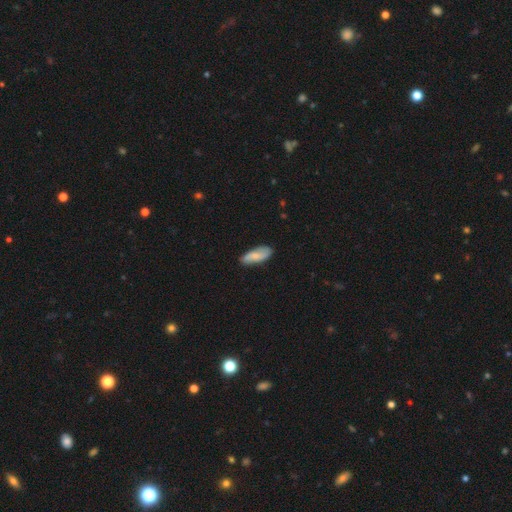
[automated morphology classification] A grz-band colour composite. It shows a smooth galaxy with no disk features (66%) that is in between round and cigar-shaped (70%). Merging: none (82%).